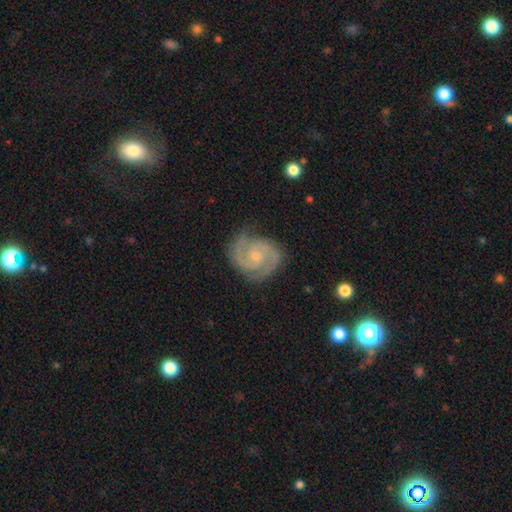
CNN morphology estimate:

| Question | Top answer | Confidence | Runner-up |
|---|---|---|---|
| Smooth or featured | featured or disk | 89% | smooth (5%) |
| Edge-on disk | no | 98% | yes (2%) |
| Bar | no | 68% | weak (27%) |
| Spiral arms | yes | 98% | no (2%) |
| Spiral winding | tight | 53% | medium (41%) |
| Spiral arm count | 2 | 87% | 3 (5%) |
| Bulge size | small | 69% | moderate (25%) |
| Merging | none | 81% | minor disturbance (14%) |